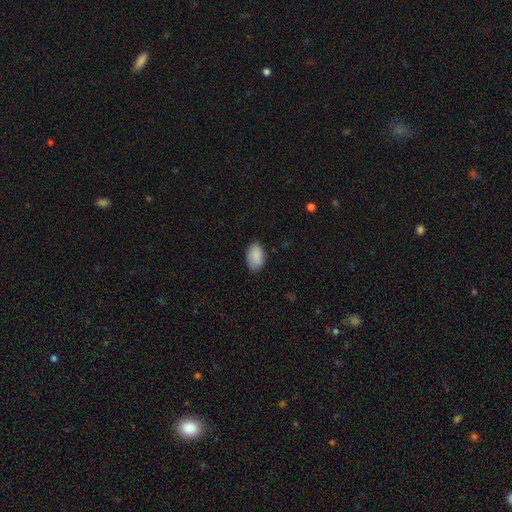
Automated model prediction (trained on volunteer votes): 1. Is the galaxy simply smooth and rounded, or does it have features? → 90% smooth, 6% star or artifact, 4% featured or disk.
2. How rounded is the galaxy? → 92% in between, 7% round, 1% cigar-shaped.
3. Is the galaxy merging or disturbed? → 81% none, 15% minor disturbance, 3% major disturbance, 1% merger.